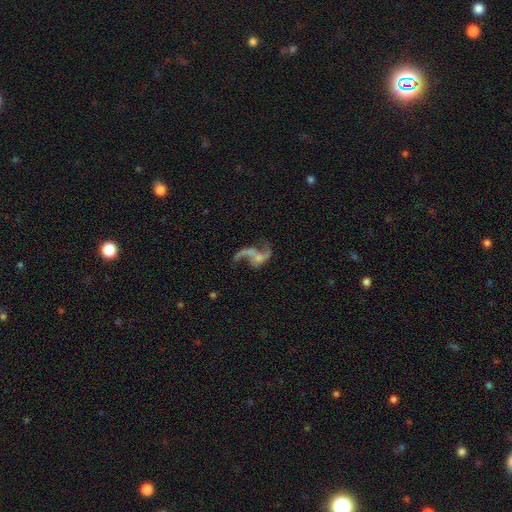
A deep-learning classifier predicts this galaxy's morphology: This is clearly a featured or disk galaxy (84%). It is clearly not viewed edge-on (97%). Bar: likely no (62%). Spiral arm pattern: clearly yes (90%). Spiral arm count: clearly 2 (84%). Spiral winding: clearly loose (87%). Central bulge: possibly small (47%). Merging: possibly none (46%).